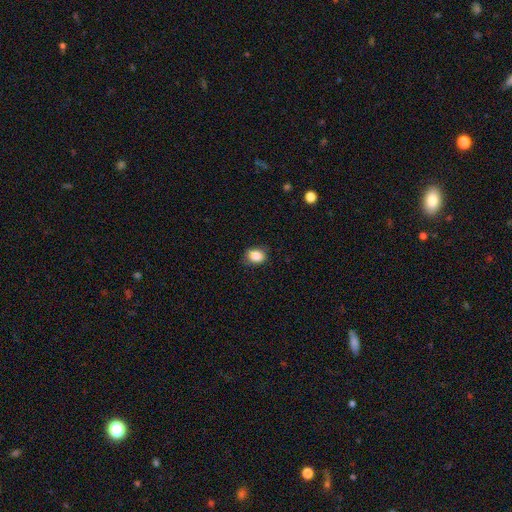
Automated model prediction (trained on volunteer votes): This appears to be a smooth galaxy with no disk features (87%) that is in between round and cigar-shaped (59%). Merging: none (80%).